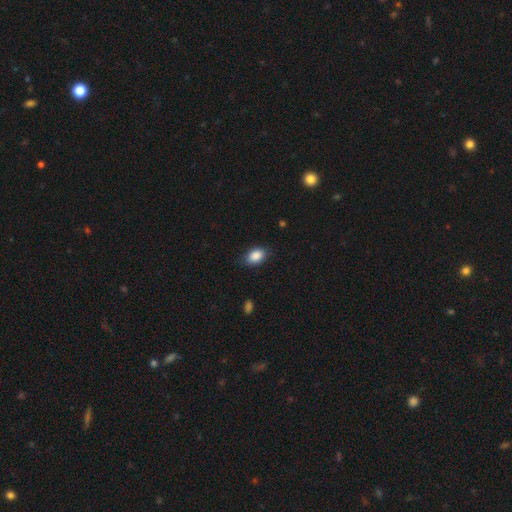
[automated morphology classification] The model was most divided on "merging": none: 80%, minor disturbance: 16%, major disturbance: 3%, merger: 1%. More confident: smooth or featured — smooth (87%); how rounded — in between (85%).